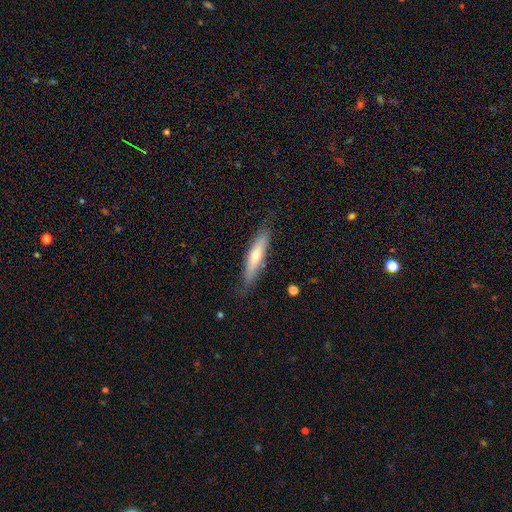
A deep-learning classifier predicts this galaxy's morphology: Smooth or featured?
  - smooth: 58% *
  - featured or disk: 36%
  - star or artifact: 6%
How rounded?
  - cigar-shaped: 81% *
  - in between: 18%
  - round: 1%
Merging?
  - none: 80% *
  - minor disturbance: 16%
  - major disturbance: 3%
  - merger: 2%